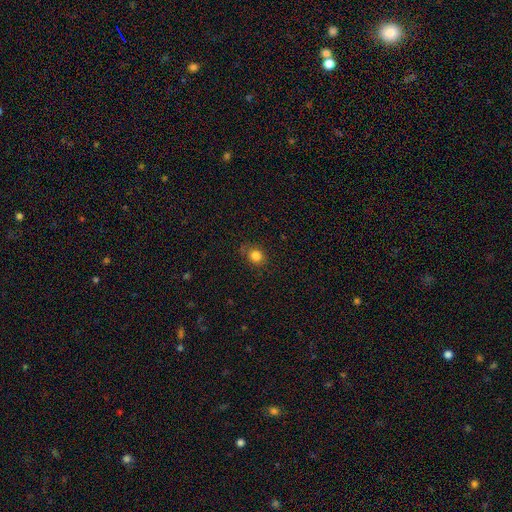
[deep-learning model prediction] Overall: smooth (82%). How rounded: round (73%). Merging: none (77%).